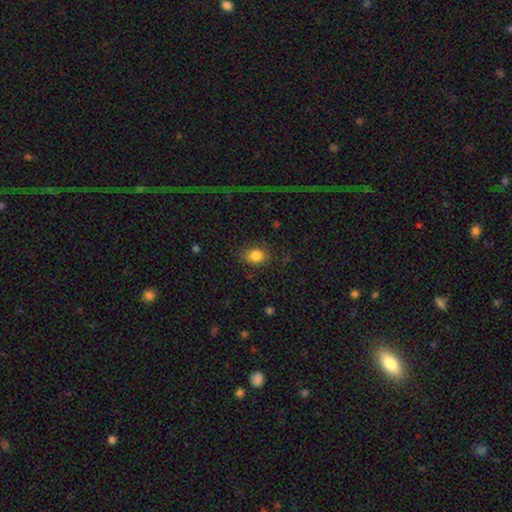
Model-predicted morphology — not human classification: Smooth or featured: smooth — 84% (star or artifact — 10%)
How rounded: in between — 50% (round — 49%)
Merging: none — 82% (minor disturbance — 12%)